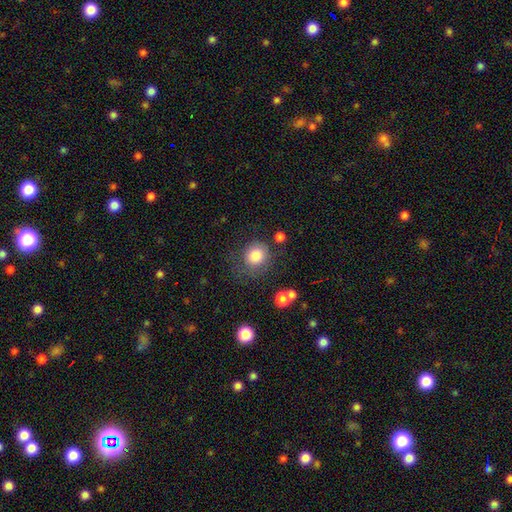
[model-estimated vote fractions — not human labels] smooth_or_featured: smooth (p=0.83) [alt: star or artifact p=0.09]
how_rounded: round (p=0.80) [alt: in between p=0.19]
merging: none (p=0.62) [alt: minor disturbance p=0.21]